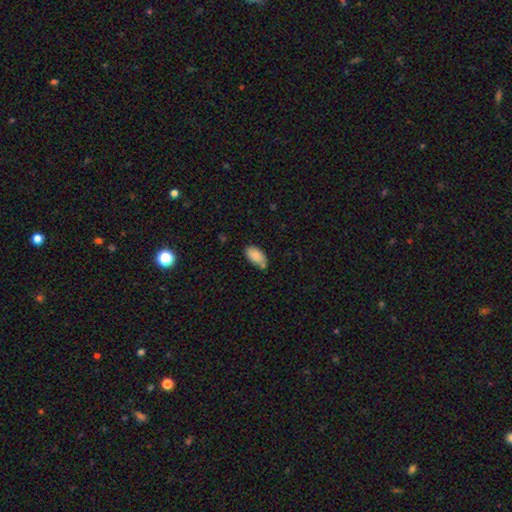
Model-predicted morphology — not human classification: Smooth or featured: smooth — 87% (star or artifact — 7%)
How rounded: in between — 94% (round — 3%)
Merging: none — 62% (minor disturbance — 22%)